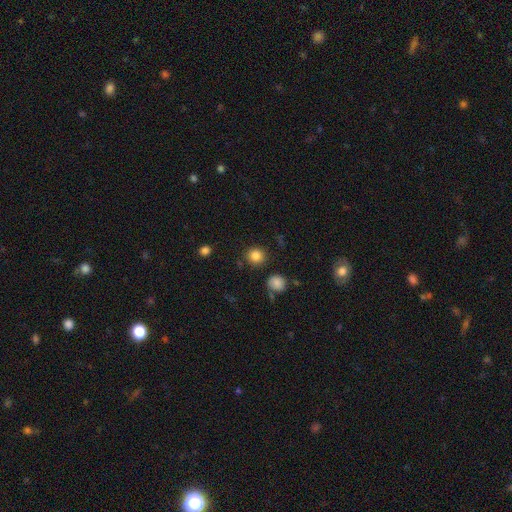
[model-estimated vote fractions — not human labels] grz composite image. It shows a smooth galaxy with no disk features (84%) that is round (89%). Merging: none (86%).